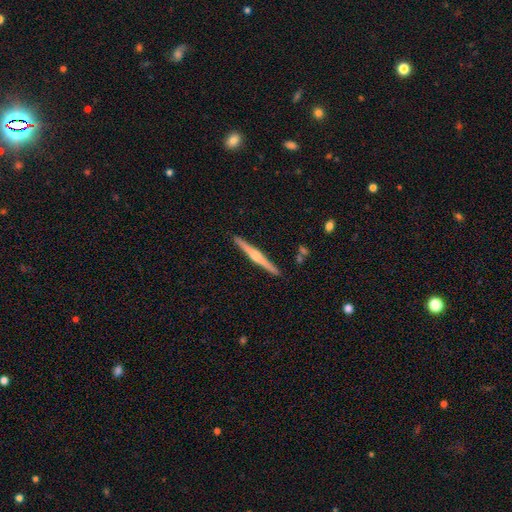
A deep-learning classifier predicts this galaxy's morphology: Smooth or featured? Predicted: featured or disk (p=0.72). Edge-on disk? Predicted: yes (p=0.98). Edge-on bulge? Predicted: rounded (p=0.83). Merging? Predicted: none (p=0.92).